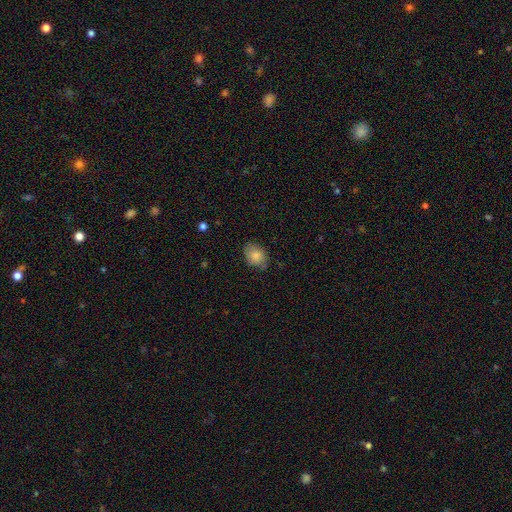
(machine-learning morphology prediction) smooth 83%, featured or disk 9%, star or artifact 8%. Down the decision tree: how rounded — in between (61%); merging — none (73%).